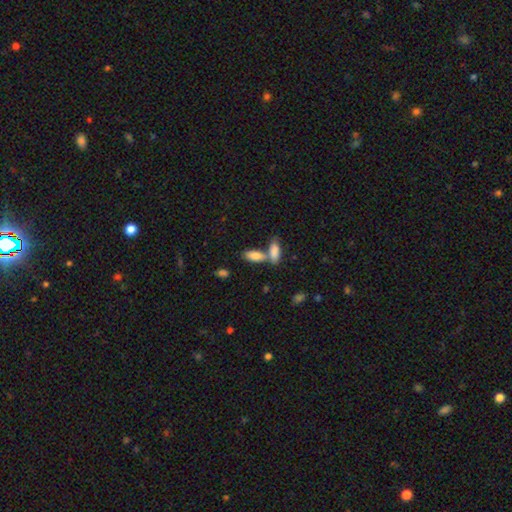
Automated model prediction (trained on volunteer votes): Smooth or featured?
  - smooth: 84% *
  - featured or disk: 10%
  - star or artifact: 7%
How rounded?
  - in between: 82% *
  - cigar-shaped: 15%
  - round: 2%
Merging?
  - merger: 45% *
  - none: 43%
  - minor disturbance: 9%
  - major disturbance: 3%